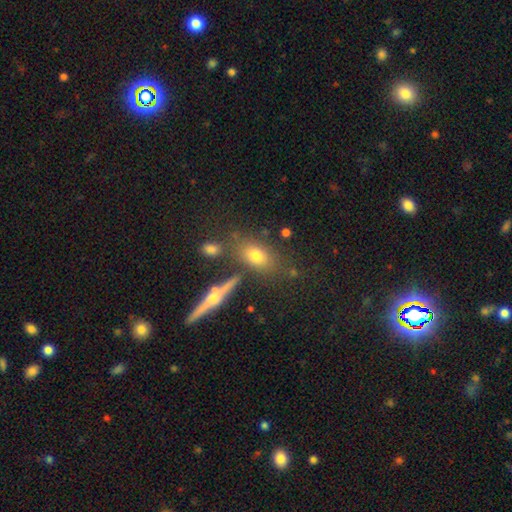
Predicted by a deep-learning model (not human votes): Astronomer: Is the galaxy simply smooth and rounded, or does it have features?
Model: smooth — 66%.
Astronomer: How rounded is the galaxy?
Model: in between — 74%.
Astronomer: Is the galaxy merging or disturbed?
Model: none — 72%.